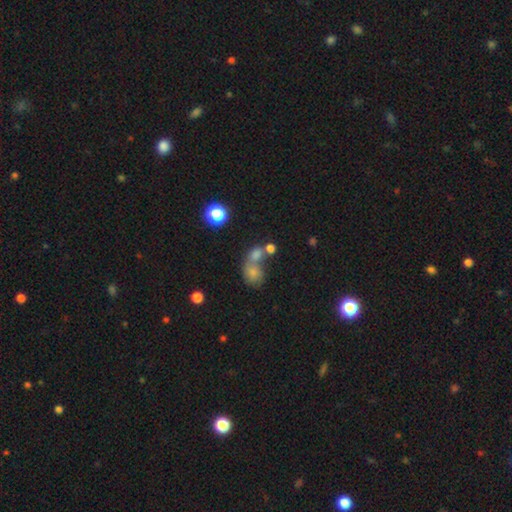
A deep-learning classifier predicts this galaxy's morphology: A smooth galaxy with no disk features (63%) that is round (64%).

Vote fractions:
- Smooth or featured? smooth: 63% / star or artifact: 21% / featured or disk: 16%
- How rounded? round: 64% / in between: 34% / cigar-shaped: 2%
- Merging? merger: 53% / none: 33% / minor disturbance: 8% / major disturbance: 6%